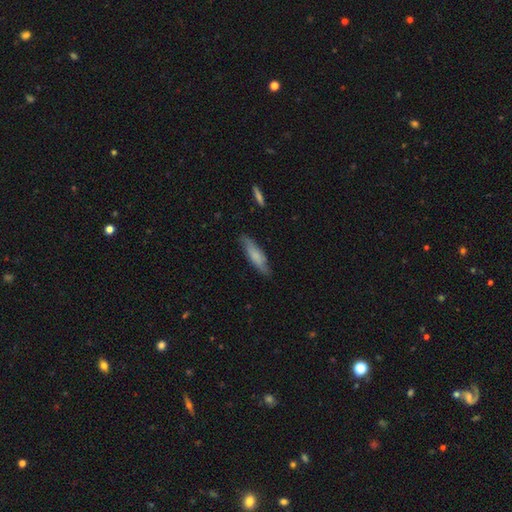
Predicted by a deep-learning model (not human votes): Smooth or featured? smooth (69%)
How rounded? cigar-shaped (69%)
Merging? none (81%)